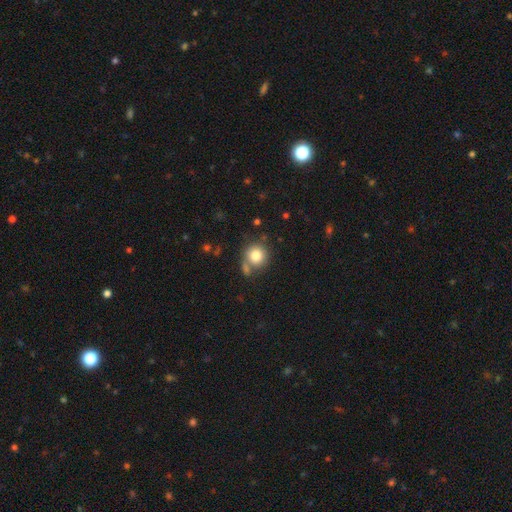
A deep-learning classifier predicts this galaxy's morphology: Q: Smooth or featured?
A: smooth (79%); runner-up: star or artifact (11%)
Q: How rounded?
A: round (89%); runner-up: in between (10%)
Q: Merging?
A: none (65%); runner-up: merger (16%)